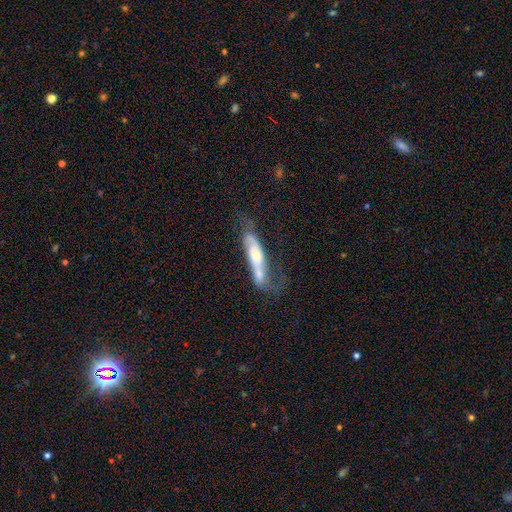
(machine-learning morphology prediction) Smooth or featured?
  - featured or disk: 55% *
  - smooth: 38%
  - star or artifact: 7%
Edge-on disk?
  - no: 66% *
  - yes: 34%
Merging?
  - none: 30% *
  - major disturbance: 25%
  - merger: 24%
  - minor disturbance: 21%